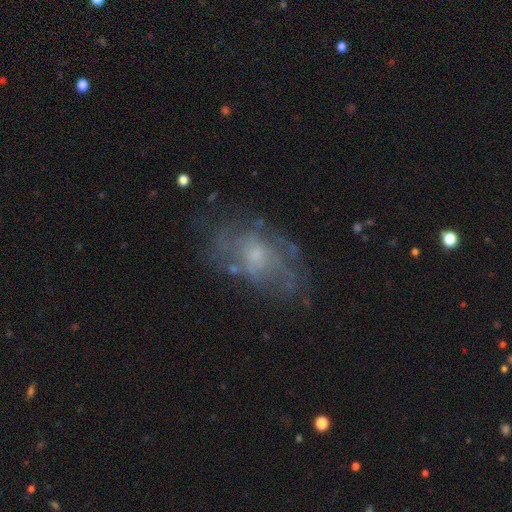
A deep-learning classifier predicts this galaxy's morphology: This appears to be a featured or disk galaxy (61%) with no bar (78%), spiral arms (54%) and a small central bulge (56%). Merging: none (60%).